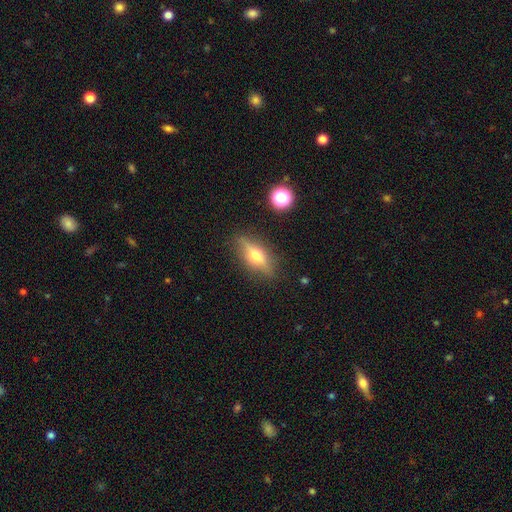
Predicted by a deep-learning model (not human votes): featured or disk 59%, smooth 32%, star or artifact 9%. Down the decision tree: edge-on disk — yes (90%); edge-on bulge — rounded (94%); merging — none (84%).